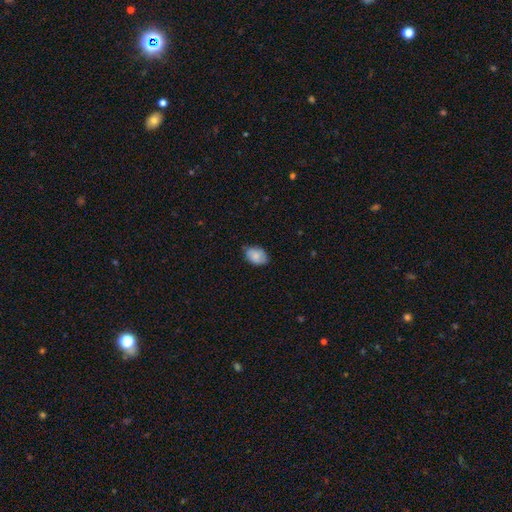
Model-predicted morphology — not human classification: Smooth or featured: smooth — 82% (featured or disk — 11%)
How rounded: in between — 87% (round — 12%)
Merging: none — 70% (minor disturbance — 25%)